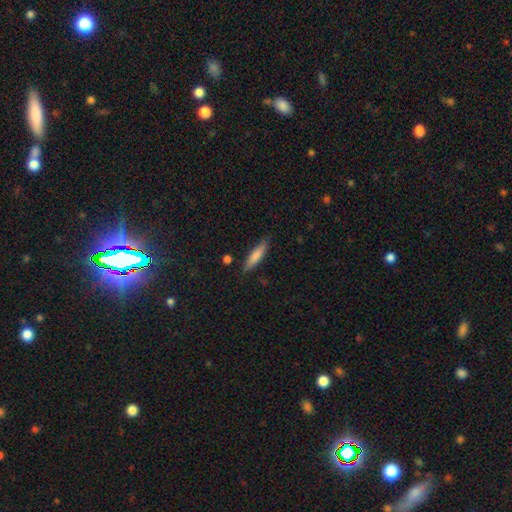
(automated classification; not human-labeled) Smooth or featured? smooth (77%)
How rounded? cigar-shaped (76%)
Merging? none (83%)